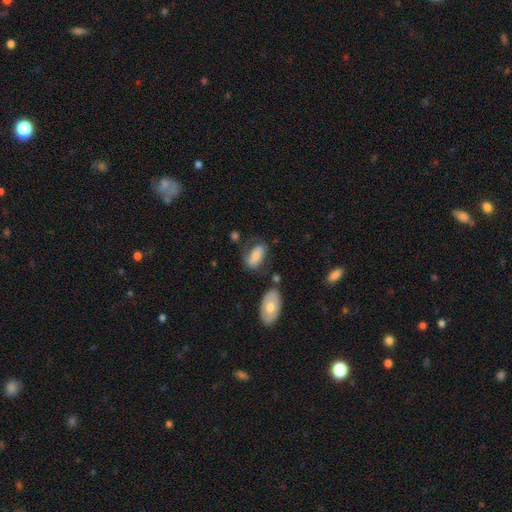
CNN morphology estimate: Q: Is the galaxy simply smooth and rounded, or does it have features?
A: smooth — 55%.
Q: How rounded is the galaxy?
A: in between — 90%.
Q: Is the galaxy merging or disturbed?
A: none — 46%.